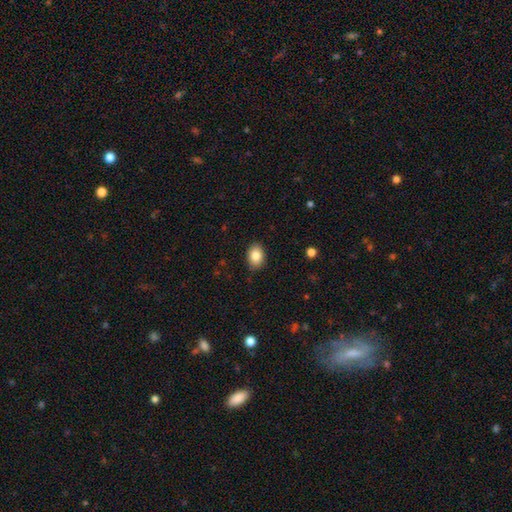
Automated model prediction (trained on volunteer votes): Overall: smooth (85%). How rounded: in between (78%). Merging: none (87%).